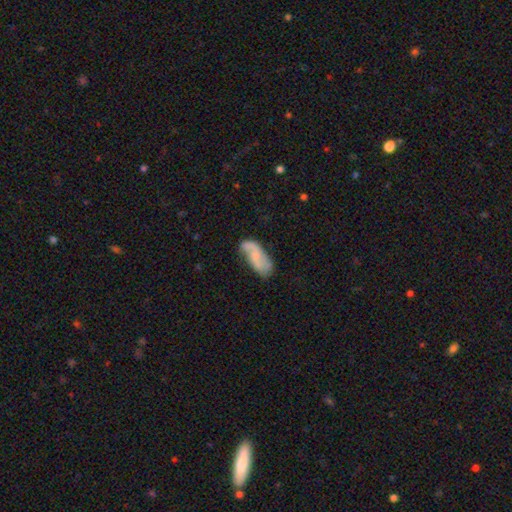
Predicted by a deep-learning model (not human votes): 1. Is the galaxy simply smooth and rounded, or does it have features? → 53% featured or disk, 40% smooth, 7% star or artifact.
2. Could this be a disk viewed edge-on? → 94% no, 6% yes.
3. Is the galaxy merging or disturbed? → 53% none, 29% minor disturbance, 14% major disturbance, 4% merger.